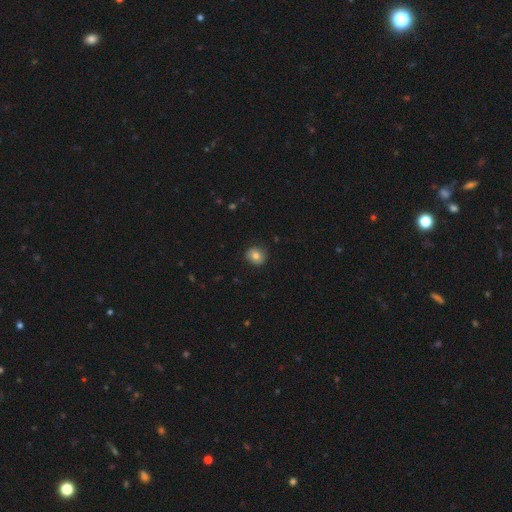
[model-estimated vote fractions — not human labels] Smooth or featured: smooth — 78% (featured or disk — 12%)
How rounded: round — 83% (in between — 16%)
Merging: none — 87% (minor disturbance — 10%)